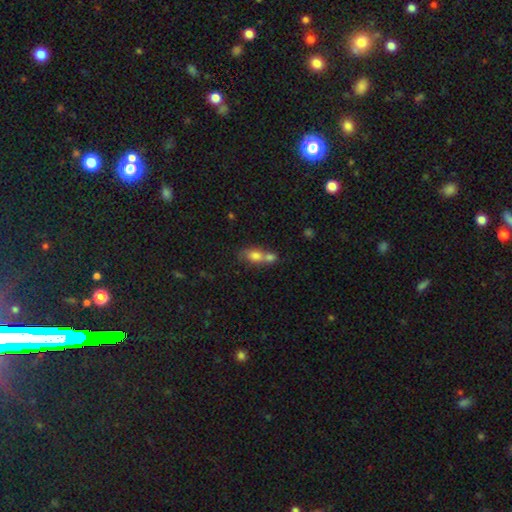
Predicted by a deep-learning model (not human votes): Q: Smooth or featured?
A: smooth (72%); runner-up: featured or disk (18%)
Q: How rounded?
A: in between (71%); runner-up: round (21%)
Q: Merging?
A: merger (65%); runner-up: none (22%)